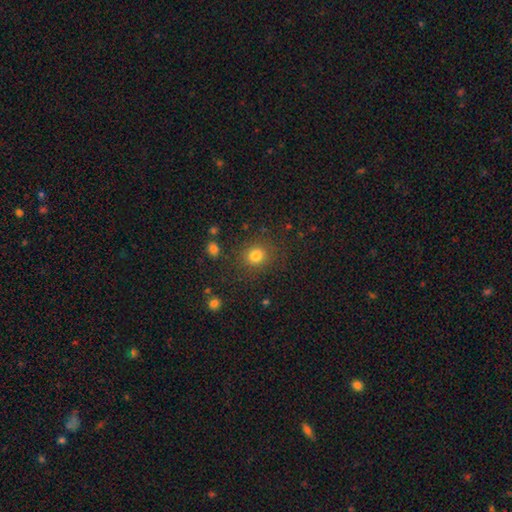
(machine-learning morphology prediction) This is clearly a smooth galaxy (81%). How rounded: clearly round (81%). Merging: clearly none (85%).